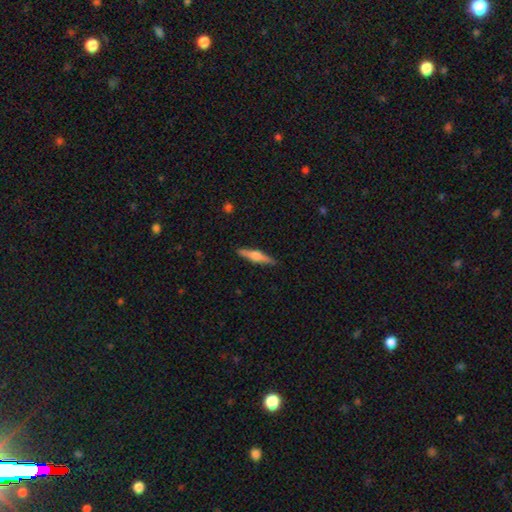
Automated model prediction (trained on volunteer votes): Smooth or featured? featured or disk (56%)
Edge-on disk? yes (97%)
Edge-on bulge? rounded (87%)
Merging? none (90%)